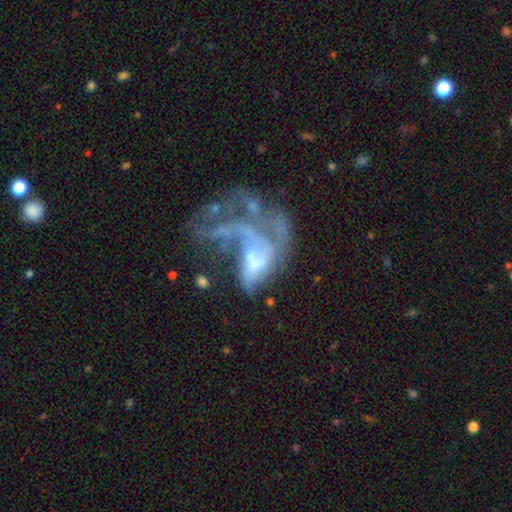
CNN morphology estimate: Q: Smooth or featured?
A: featured or disk (71%); runner-up: smooth (16%)
Q: Edge-on disk?
A: no (97%); runner-up: yes (3%)
Q: Bar?
A: no (70%); runner-up: weak (23%)
Q: Spiral arms?
A: yes (52%); runner-up: no (48%)
Q: Bulge size?
A: none (39%); runner-up: small (29%)
Q: Merging?
A: major disturbance (51%); runner-up: merger (26%)